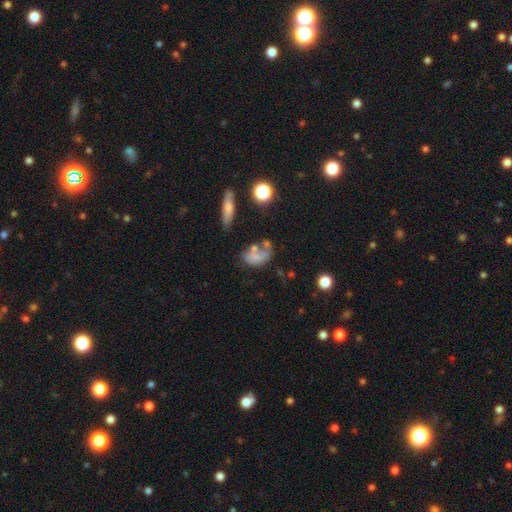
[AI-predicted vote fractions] Overall: smooth (58%; featured or disk 28%). How rounded: in between (82%). Merging: none (32%; major disturbance 24%).